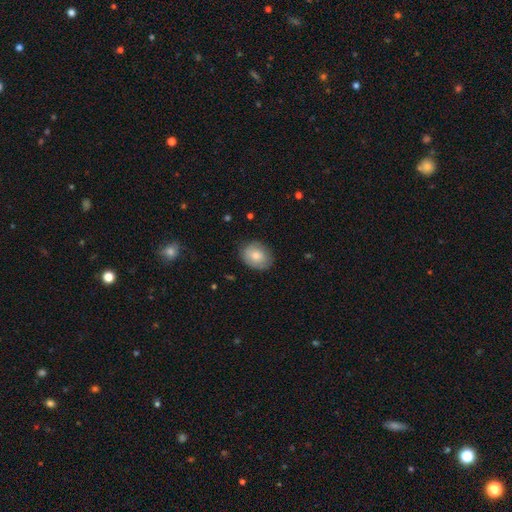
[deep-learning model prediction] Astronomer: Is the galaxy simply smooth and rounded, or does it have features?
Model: smooth — 77%.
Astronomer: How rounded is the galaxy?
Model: in between — 57% (runner-up: round, 42%).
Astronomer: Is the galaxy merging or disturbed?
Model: none — 80%.